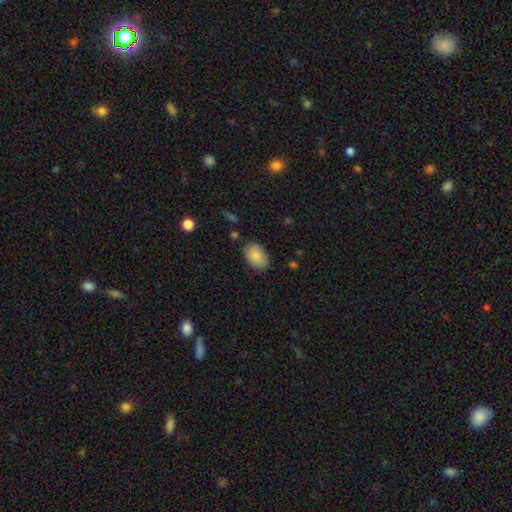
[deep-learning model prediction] This is clearly a smooth galaxy (87%). How rounded: clearly in between (88%). Merging: clearly none (83%).